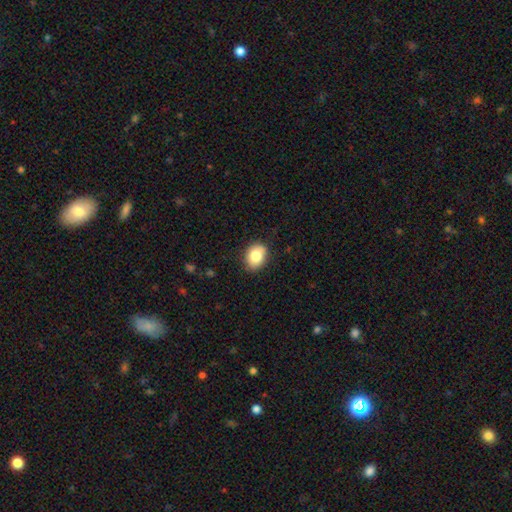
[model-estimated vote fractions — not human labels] smooth-or-featured: smooth: 82% | featured or disk: 10% | star or artifact: 8%
  how-rounded: in between: 59% | round: 40% | cigar-shaped: 1%
  merging: none: 81% | minor disturbance: 15% | major disturbance: 3% | merger: 1%